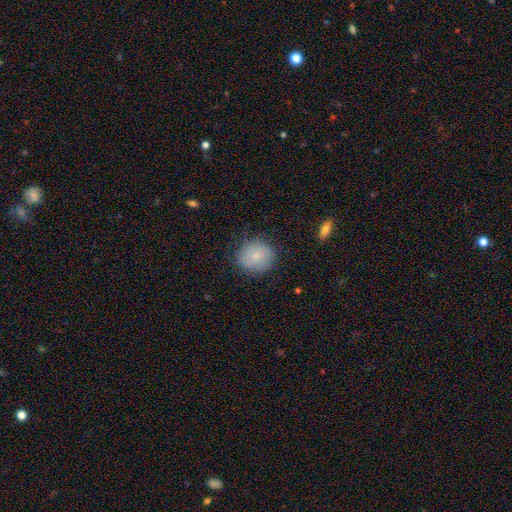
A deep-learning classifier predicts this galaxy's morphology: smooth-or-featured: smooth: 81% | featured or disk: 11% | star or artifact: 8%
  how-rounded: round: 77% | in between: 22% | cigar-shaped: 1%
  merging: none: 82% | minor disturbance: 13% | major disturbance: 3% | merger: 1%